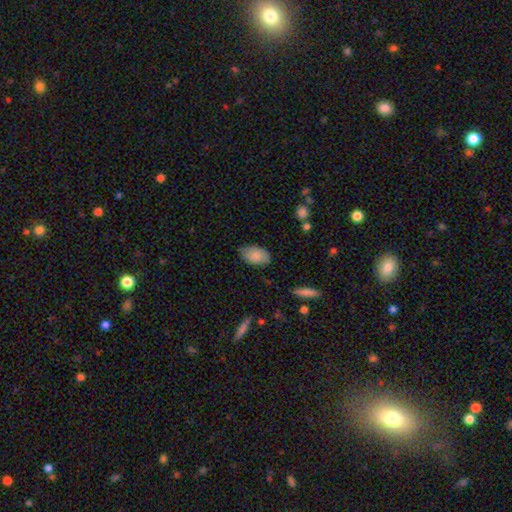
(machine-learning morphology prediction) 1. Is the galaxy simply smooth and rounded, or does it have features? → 84% smooth, 9% featured or disk, 7% star or artifact.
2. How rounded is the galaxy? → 92% in between, 7% round, 1% cigar-shaped.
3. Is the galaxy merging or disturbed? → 75% none, 20% minor disturbance, 4% major disturbance, 1% merger.